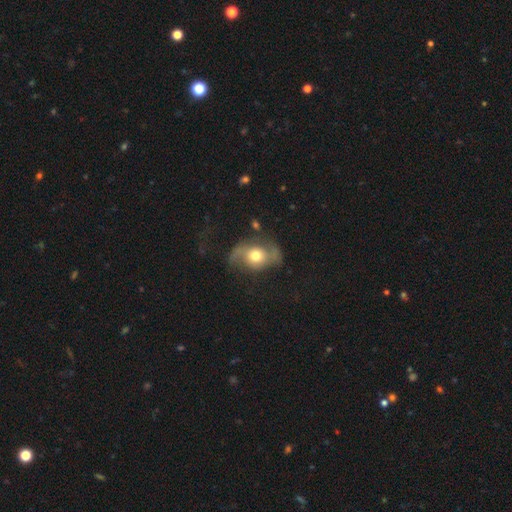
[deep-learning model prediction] Smooth or featured?
  - featured or disk: 62% *
  - smooth: 30%
  - star or artifact: 8%
Edge-on disk?
  - no: 95% *
  - yes: 5%
Bar?
  - no: 75% *
  - weak: 19%
  - strong: 6%
Spiral arms?
  - yes: 79% *
  - no: 21%
Bulge size?
  - moderate: 68% *
  - large: 16%
  - small: 12%
  - dominant: 2%
  - none: 1%
Merging?
  - none: 51% *
  - minor disturbance: 25%
  - major disturbance: 21%
  - merger: 3%